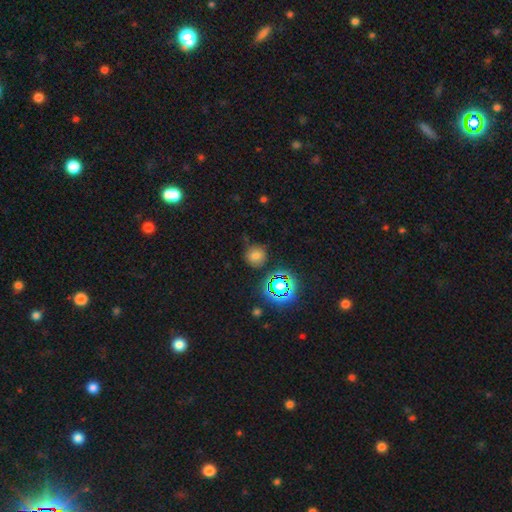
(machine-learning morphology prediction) Overall: smooth (68%). How rounded: round (87%). Merging: none (78%).